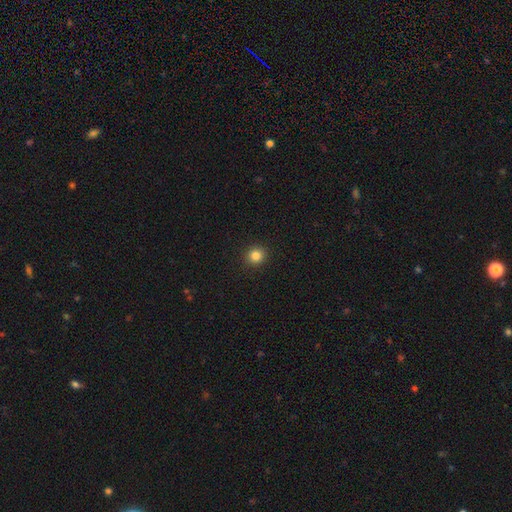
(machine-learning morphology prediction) Smooth or featured: smooth — 83% (star or artifact — 12%)
How rounded: round — 91% (in between — 8%)
Merging: none — 93% (minor disturbance — 5%)